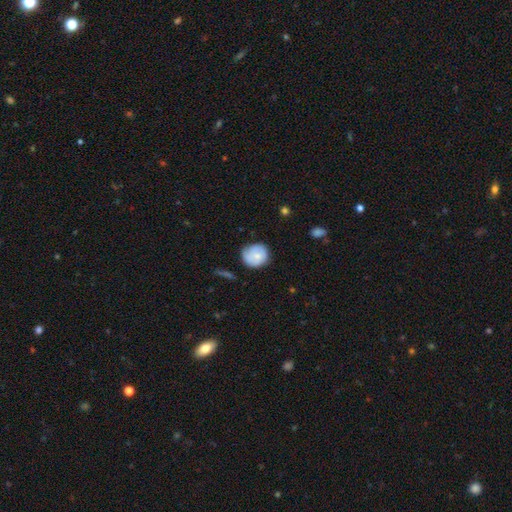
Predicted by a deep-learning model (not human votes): A smooth galaxy with no disk features (67%) that is round (81%). Merging: none (62%).